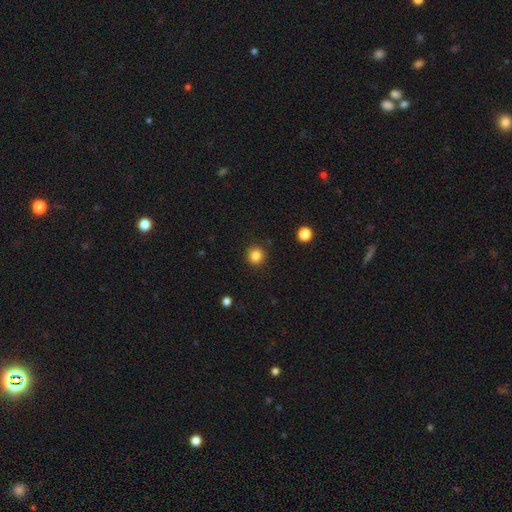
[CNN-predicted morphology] Smooth or featured: smooth — 84% (star or artifact — 11%)
How rounded: round — 94% (in between — 5%)
Merging: none — 91% (minor disturbance — 5%)